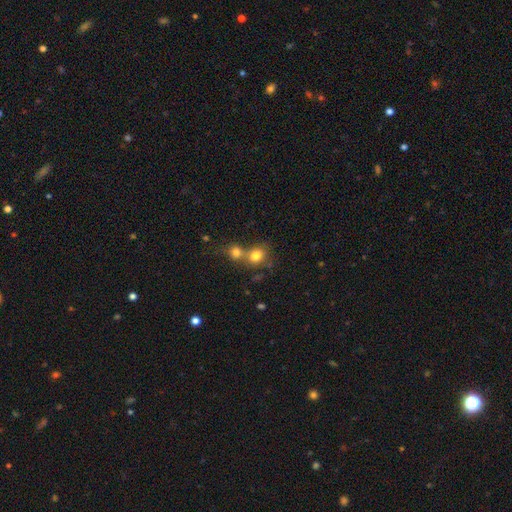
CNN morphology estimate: type=smooth (78%); roundness=round (71%); merging=merger (52%).